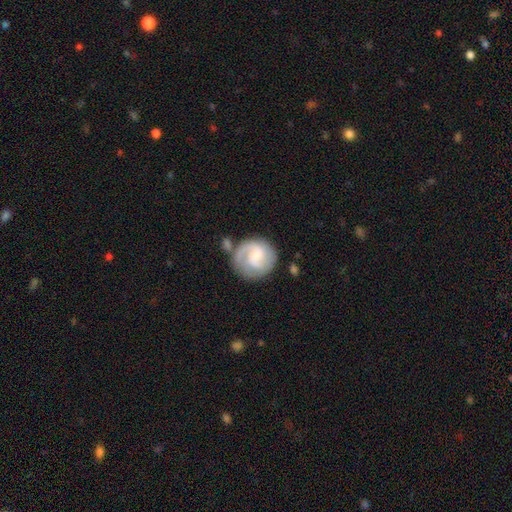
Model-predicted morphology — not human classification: A featured or disk galaxy (77%) with no bar (48%), 2 (71%) medium (44%) spiral arms (95%) and a small central bulge (50%).

Vote fractions:
- Smooth or featured? featured or disk: 77% / smooth: 18% / star or artifact: 5%
- Edge-on disk? no: 98% / yes: 2%
- Bar? no: 48% / weak: 45% / strong: 7%
- Spiral arms? yes: 95% / no: 5%
- Spiral winding? medium: 44% / tight: 41% / loose: 15%
- Spiral arm count? 2: 71% / 1: 11% / can't tell: 9% / 3: 6% / 4: 2% / more than 4: 2%
- Bulge size? small: 50% / moderate: 39% / none: 6% / large: 4% / dominant: 1%
- Merging? none: 67% / minor disturbance: 17% / major disturbance: 8% / merger: 8%